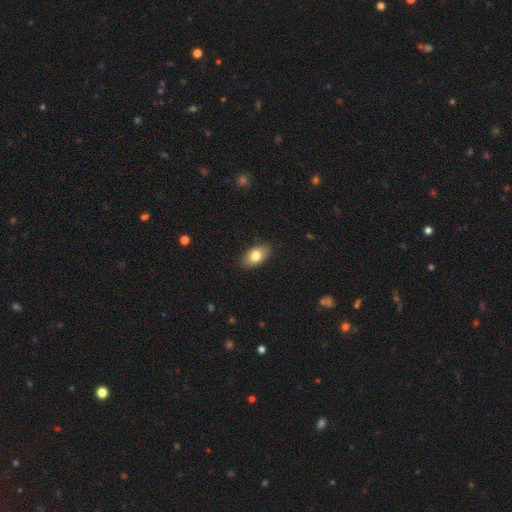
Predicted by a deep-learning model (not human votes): Morphology: type=smooth (80%); roundness=in between (92%); merging=none (87%).